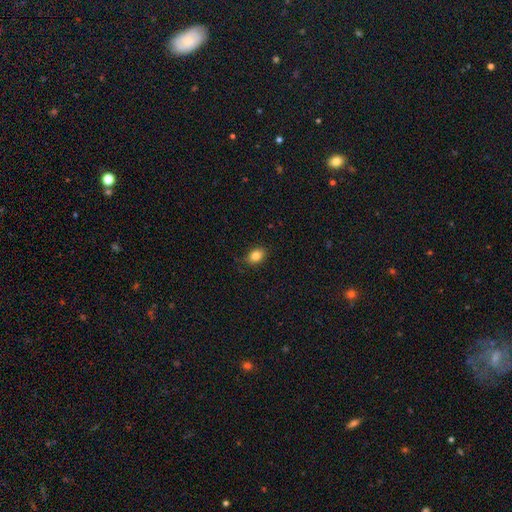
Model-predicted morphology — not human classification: This appears to be a smooth galaxy with no disk features (84%) that is in between round and cigar-shaped (75%). Merging: none (83%).